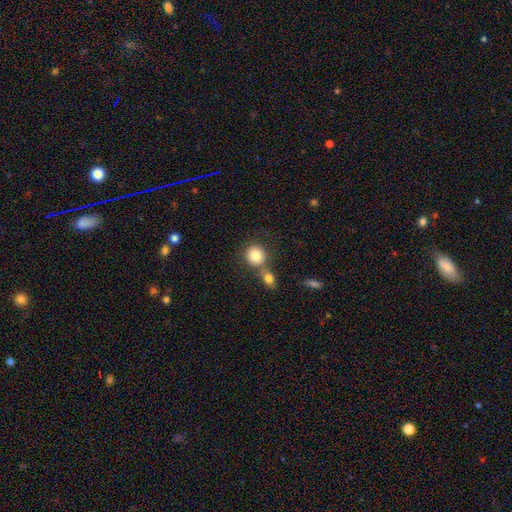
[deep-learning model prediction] smooth_or_featured: smooth (p=0.82) [alt: featured or disk p=0.09]
how_rounded: round (p=0.87) [alt: in between p=0.12]
merging: none (p=0.53) [alt: merger p=0.34]